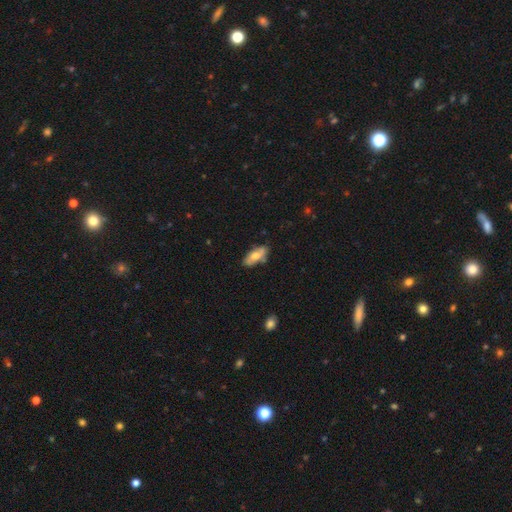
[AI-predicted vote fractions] Q: Smooth or featured?
A: smooth (64%); runner-up: featured or disk (29%)
Q: How rounded?
A: in between (82%); runner-up: cigar-shaped (15%)
Q: Merging?
A: none (68%); runner-up: minor disturbance (22%)